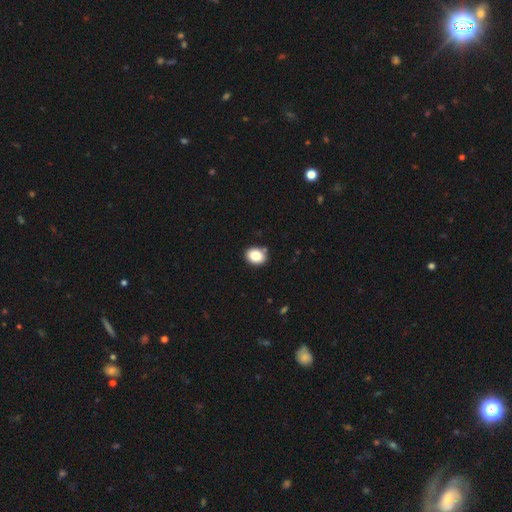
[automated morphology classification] A smooth galaxy with no disk features (84%) that is in between round and cigar-shaped (54%).

Vote fractions:
- Smooth or featured? smooth: 84% / star or artifact: 9% / featured or disk: 7%
- How rounded? in between: 54% / round: 45% / cigar-shaped: 1%
- Merging? none: 84% / minor disturbance: 10% / merger: 4% / major disturbance: 2%